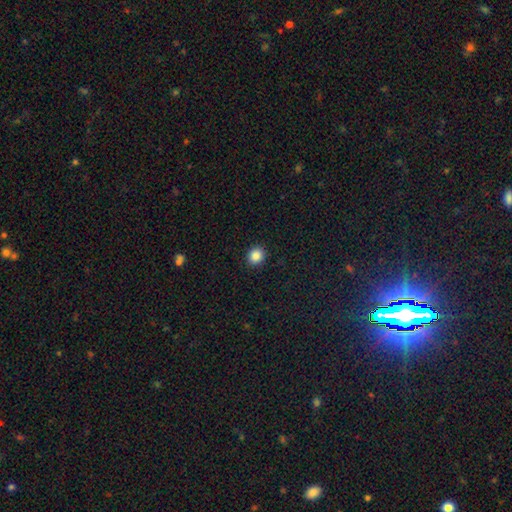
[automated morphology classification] Smooth or featured: smooth — 87% (star or artifact — 10%)
How rounded: round — 81% (in between — 18%)
Merging: none — 91% (minor disturbance — 6%)